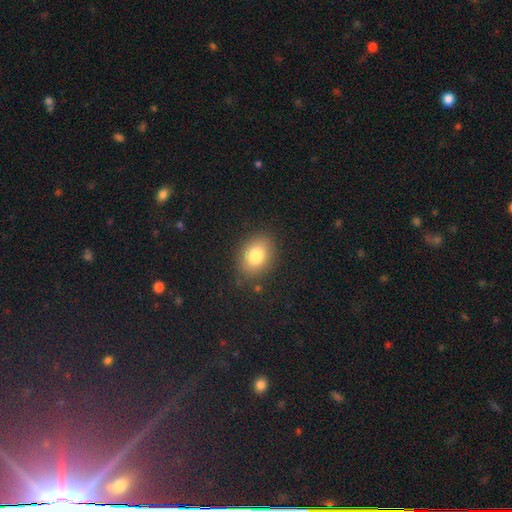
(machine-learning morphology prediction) smooth 81%, featured or disk 10%, star or artifact 9%. Down the decision tree: how rounded — in between (69%); merging — none (84%).